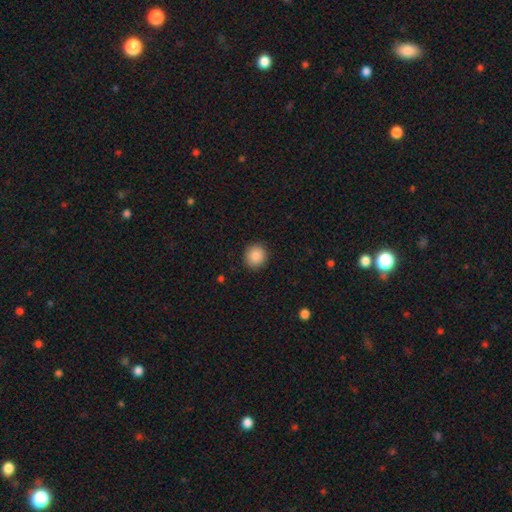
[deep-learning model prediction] Smooth or featured? Predicted: smooth (p=0.88). How rounded? Predicted: round (p=0.90). Merging? Predicted: none (p=0.91).